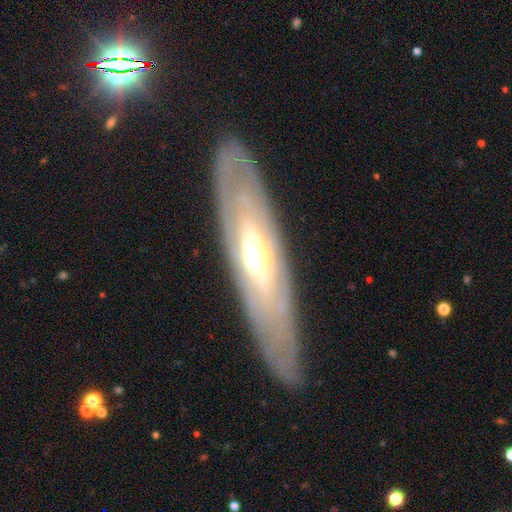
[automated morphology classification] The model was most divided on "edge-on disk": no: 57%, yes: 43%. More confident: merging — none (82%); smooth or featured — featured or disk (70%).